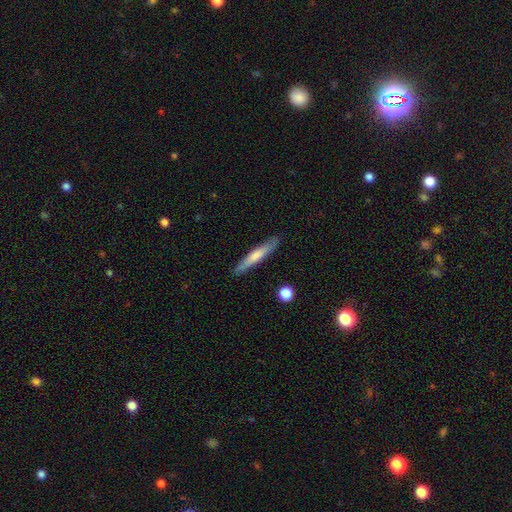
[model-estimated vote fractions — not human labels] Smooth or featured? Predicted: smooth (p=0.53). How rounded? Predicted: cigar-shaped (p=0.95). Merging? Predicted: none (p=0.90).